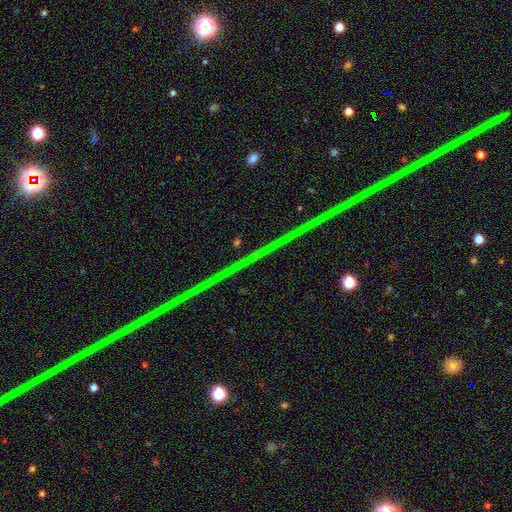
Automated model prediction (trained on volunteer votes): This is clearly a star or artifact rather than a galaxy (86%).